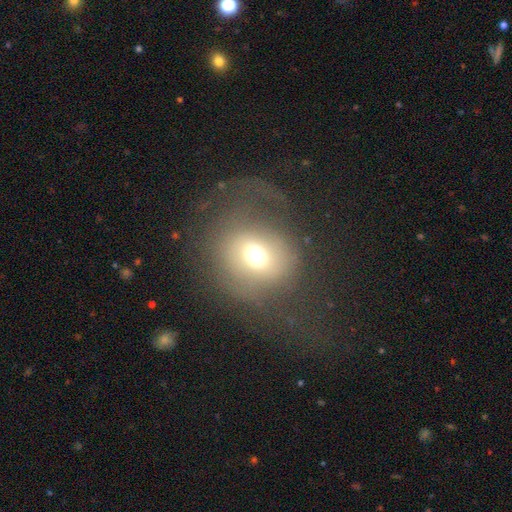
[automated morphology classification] Q: Smooth or featured?
A: smooth (59%); runner-up: featured or disk (28%)
Q: How rounded?
A: round (75%); runner-up: in between (24%)
Q: Merging?
A: none (42%); runner-up: major disturbance (39%)